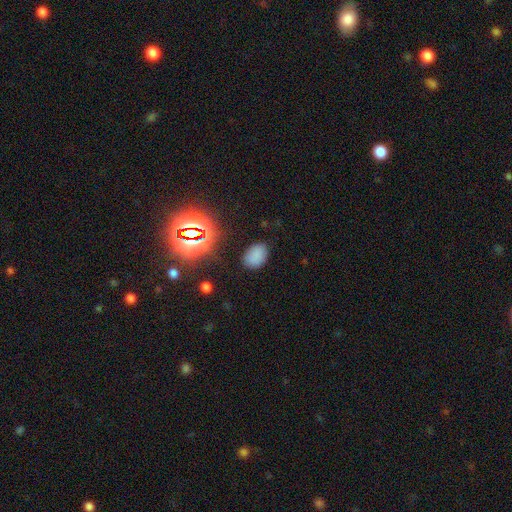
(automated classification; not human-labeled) smooth-or-featured: smooth: 77% | star or artifact: 17% | featured or disk: 6%
  how-rounded: in between: 84% | round: 15% | cigar-shaped: 1%
  merging: none: 82% | minor disturbance: 12% | major disturbance: 4% | merger: 2%